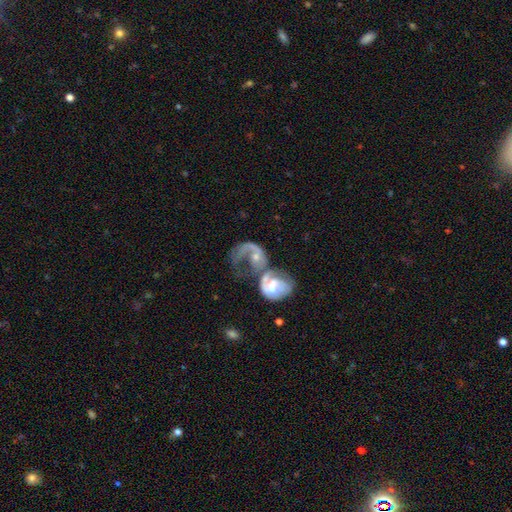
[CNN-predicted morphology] This appears to be a featured or disk galaxy (74%) with no bar (61%), 1 (57%) loose (54%) spiral arms (81%) and a moderate central bulge (47%). Merging: merger (66%).